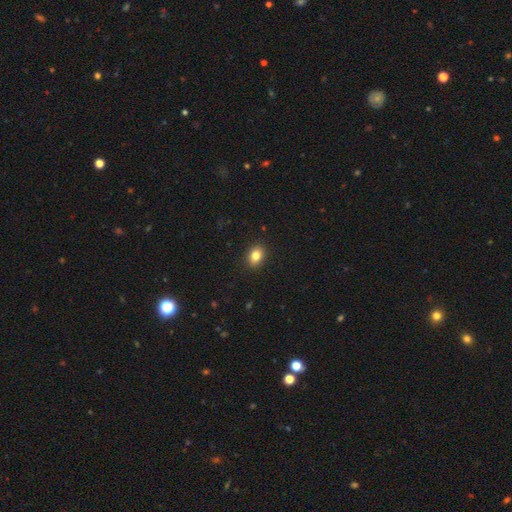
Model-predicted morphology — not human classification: smooth-or-featured: smooth: 83% | star or artifact: 10% | featured or disk: 7%
  how-rounded: in between: 66% | round: 33% | cigar-shaped: 1%
  merging: none: 90% | minor disturbance: 7% | major disturbance: 2% | merger: 1%